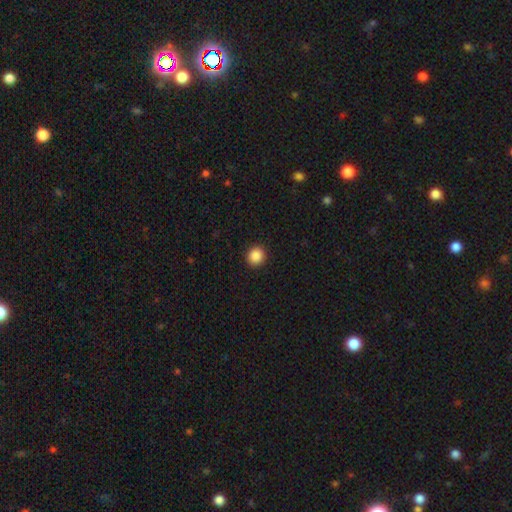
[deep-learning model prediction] smooth_or_featured: smooth (p=0.88) [alt: star or artifact p=0.09]
how_rounded: round (p=0.90) [alt: in between p=0.09]
merging: none (p=0.92) [alt: minor disturbance p=0.05]